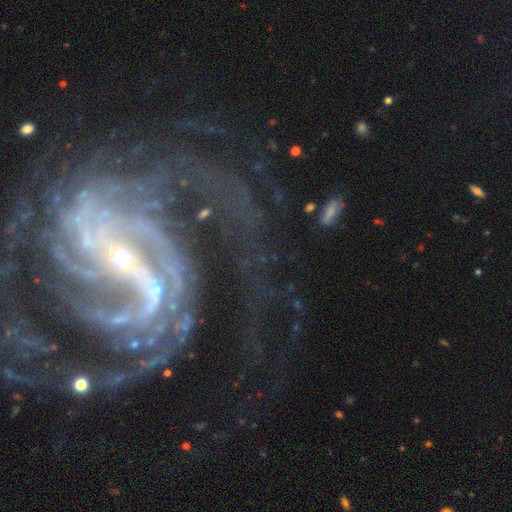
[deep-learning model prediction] smooth-or-featured: featured or disk: 89% | star or artifact: 7% | smooth: 3%
  disk-edge-on: no: 96% | yes: 4%
    bar: strong: 56% | weak: 27% | no: 17%
    has-spiral-arms: yes: 97% | no: 3%
      spiral-winding: medium: 46% | tight: 35% | loose: 19%
      spiral-arm-count: 2: 30% | 3: 18% | can't tell: 17% | 4: 15% | more than 4: 10% | 1: 9%
    bulge-size: small: 82% | moderate: 13% | none: 2% | large: 2% | dominant: 1%
  merging: none: 50% | major disturbance: 30% | minor disturbance: 16% | merger: 5%